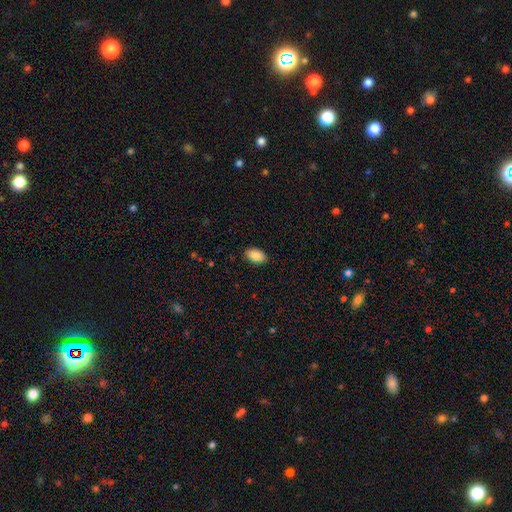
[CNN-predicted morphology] type=smooth (89%); roundness=in between (93%); merging=none (88%).